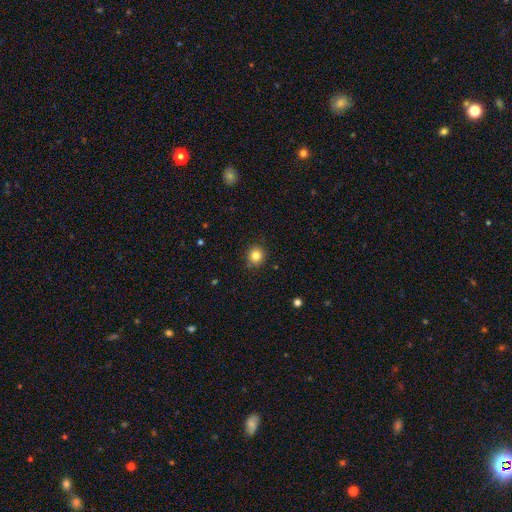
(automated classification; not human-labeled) Q: Smooth or featured?
A: smooth (83%); runner-up: star or artifact (11%)
Q: How rounded?
A: round (89%); runner-up: in between (10%)
Q: Merging?
A: none (90%); runner-up: minor disturbance (7%)